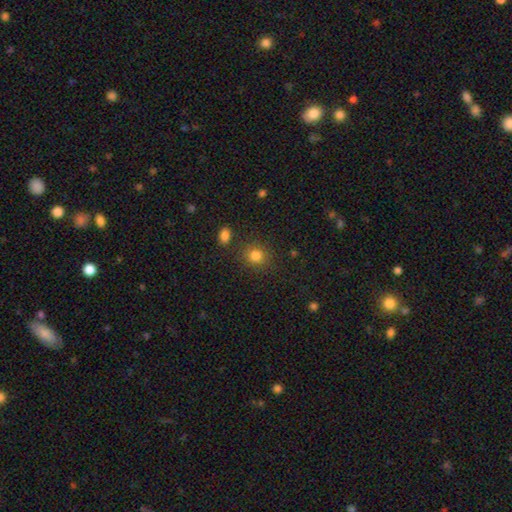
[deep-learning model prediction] Morphology: type=smooth (83%); roundness=round (81%); merging=none (83%).